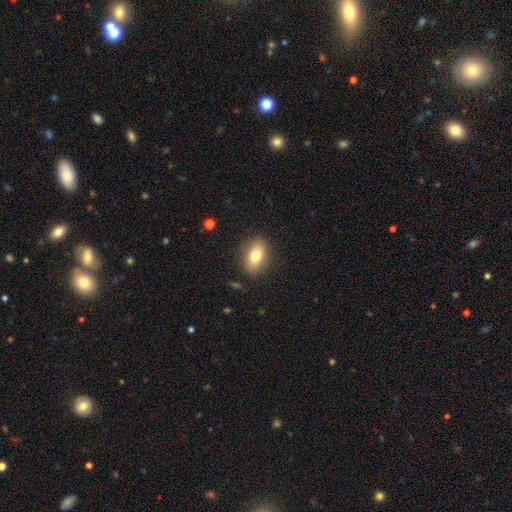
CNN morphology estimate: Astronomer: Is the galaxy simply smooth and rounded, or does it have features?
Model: smooth — 73%.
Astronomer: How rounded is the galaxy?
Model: in between — 81%.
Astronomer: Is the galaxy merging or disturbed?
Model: none — 86%.